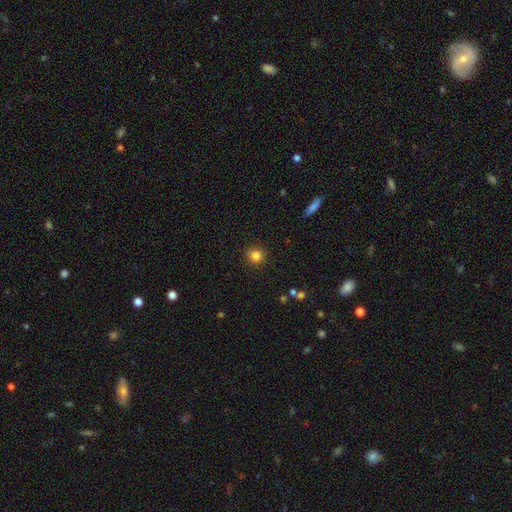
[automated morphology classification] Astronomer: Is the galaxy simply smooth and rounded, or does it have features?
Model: smooth — 83%.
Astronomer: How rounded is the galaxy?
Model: round — 89%.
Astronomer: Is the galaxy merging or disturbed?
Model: none — 90%.